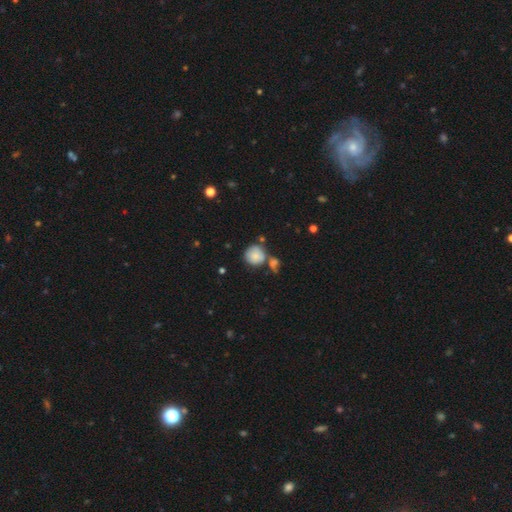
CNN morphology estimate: A smooth galaxy with no disk features (79%) that is round (90%).

Vote fractions:
- Smooth or featured? smooth: 79% / featured or disk: 12% / star or artifact: 9%
- How rounded? round: 90% / in between: 9% / cigar-shaped: 1%
- Merging? none: 59% / merger: 21% / minor disturbance: 15% / major disturbance: 5%